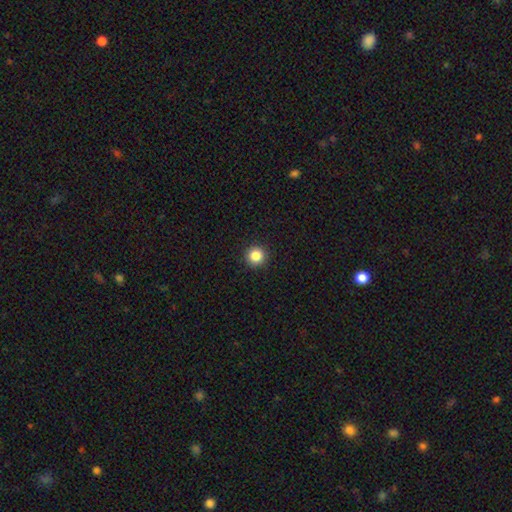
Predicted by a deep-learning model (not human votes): Smooth or featured: smooth — 84% (star or artifact — 11%)
How rounded: round — 96% (in between — 3%)
Merging: none — 93% (minor disturbance — 4%)